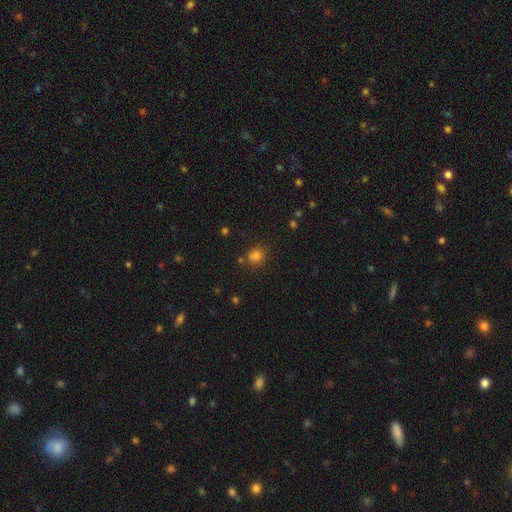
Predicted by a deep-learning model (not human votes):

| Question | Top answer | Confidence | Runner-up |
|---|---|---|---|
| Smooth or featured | smooth | 78% | star or artifact (16%) |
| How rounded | round | 75% | in between (24%) |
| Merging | none | 70% | minor disturbance (15%) |